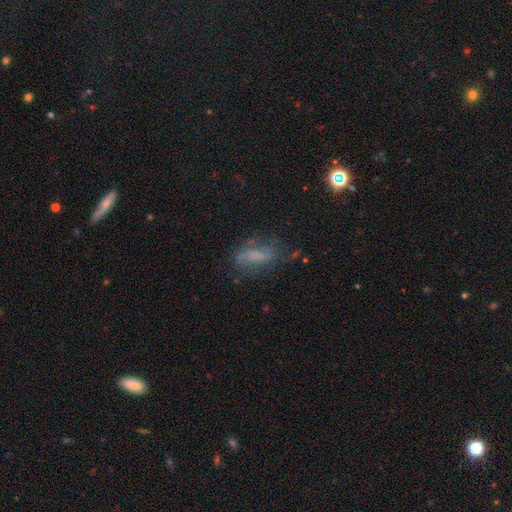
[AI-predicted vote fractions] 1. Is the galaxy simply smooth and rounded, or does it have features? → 52% smooth, 34% featured or disk, 13% star or artifact.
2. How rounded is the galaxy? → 74% in between, 21% cigar-shaped, 5% round.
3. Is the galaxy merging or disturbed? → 56% none, 24% minor disturbance, 17% major disturbance, 3% merger.